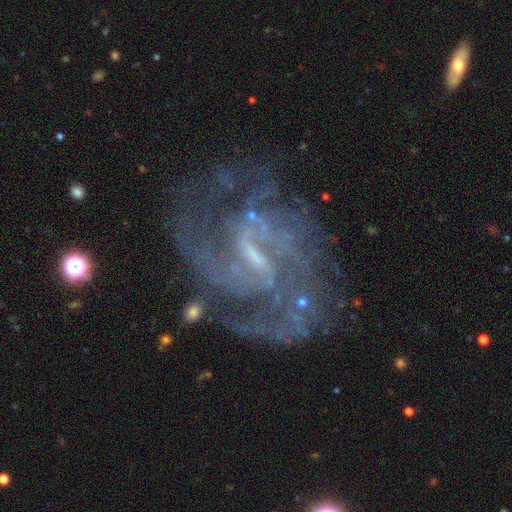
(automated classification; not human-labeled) The model was most divided on "spiral arm count": 2: 30%, can't tell: 28%, 3: 19%, 4: 10%, 1: 7%, more than 4: 6%. Remaining: edge-on disk — no (97%); spiral arms — yes (94%); smooth or featured — featured or disk (87%); merging — none (63%); bar — weak (54%); bulge size — small (51%); spiral winding — medium (48%).